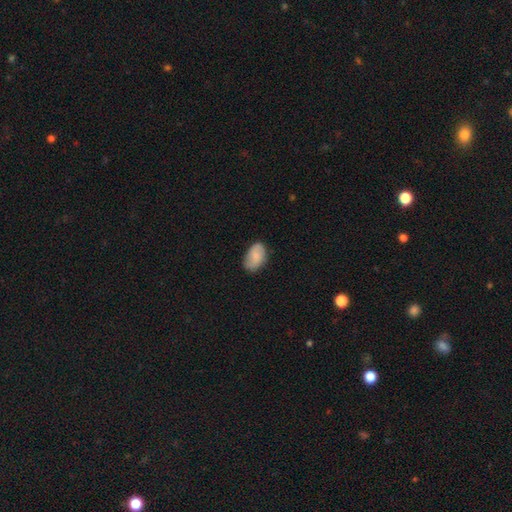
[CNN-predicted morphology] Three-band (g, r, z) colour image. It shows a smooth galaxy with no disk features (74%) that is in between round and cigar-shaped (91%). Merging: none (75%).